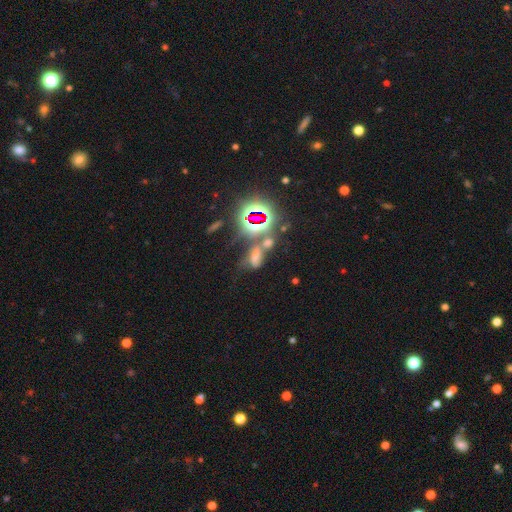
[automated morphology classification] A star or artifact, not a galaxy (42%).

Vote fractions:
- Smooth or featured? star or artifact: 42% / smooth: 40% / featured or disk: 18%